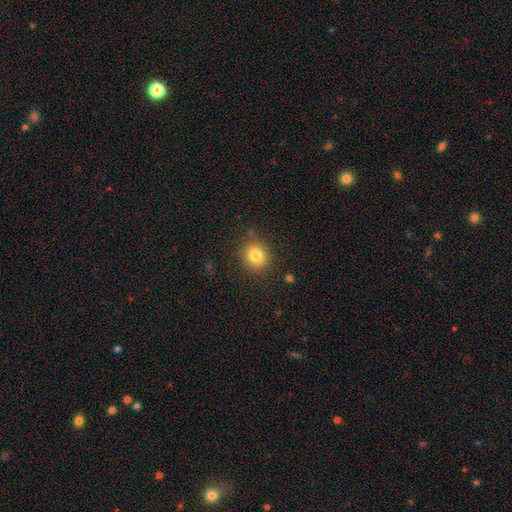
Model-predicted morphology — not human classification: Smooth or featured: smooth — 81% (star or artifact — 11%)
How rounded: round — 79% (in between — 20%)
Merging: none — 86% (minor disturbance — 10%)